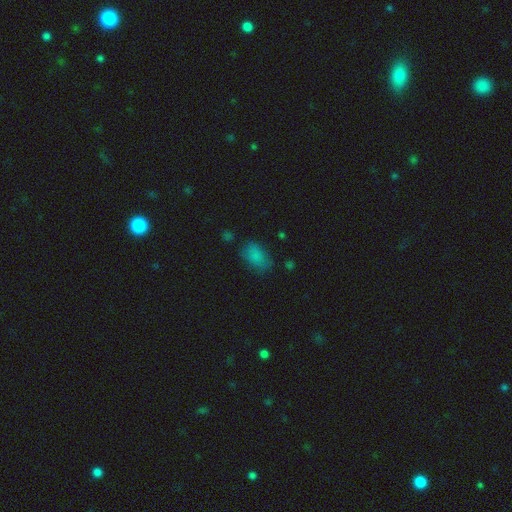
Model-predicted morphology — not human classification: A smooth galaxy with no disk features (81%) that is in between round and cigar-shaped (89%).

Vote fractions:
- Smooth or featured? smooth: 81% / star or artifact: 12% / featured or disk: 8%
- How rounded? in between: 89% / round: 8% / cigar-shaped: 2%
- Merging? none: 66% / minor disturbance: 23% / major disturbance: 8% / merger: 3%